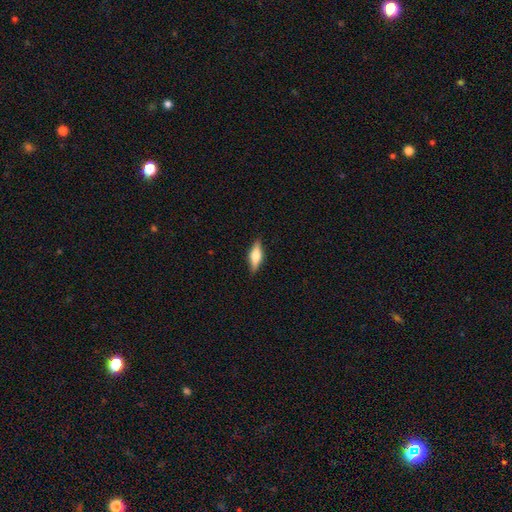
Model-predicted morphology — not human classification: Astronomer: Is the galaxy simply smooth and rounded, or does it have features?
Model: featured or disk — 52% (runner-up: smooth, 41%).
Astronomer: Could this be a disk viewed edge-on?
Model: yes — 95%.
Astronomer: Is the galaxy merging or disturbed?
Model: none — 88%.